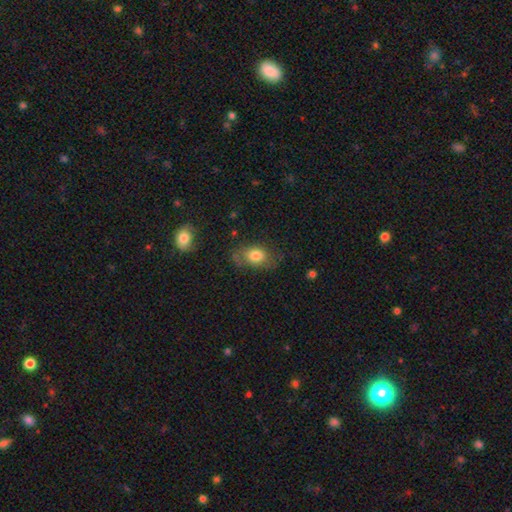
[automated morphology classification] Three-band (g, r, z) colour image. It shows a smooth galaxy with no disk features (72%) that is in between round and cigar-shaped (77%). Merging: none (59%).